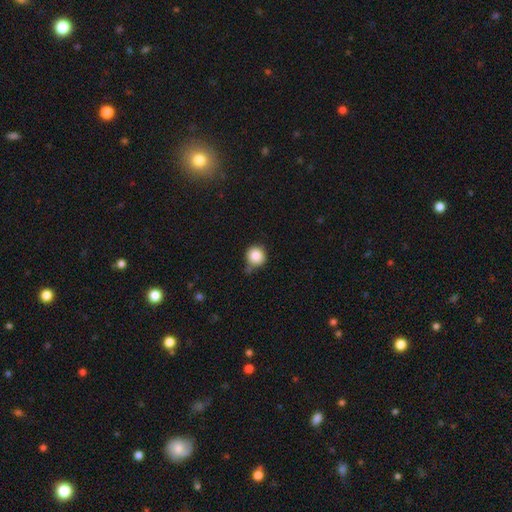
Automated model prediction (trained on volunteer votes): smooth-or-featured: smooth: 86% | star or artifact: 9% | featured or disk: 5%
  how-rounded: round: 92% | in between: 7% | cigar-shaped: 1%
  merging: none: 64% | minor disturbance: 22% | merger: 9% | major disturbance: 5%